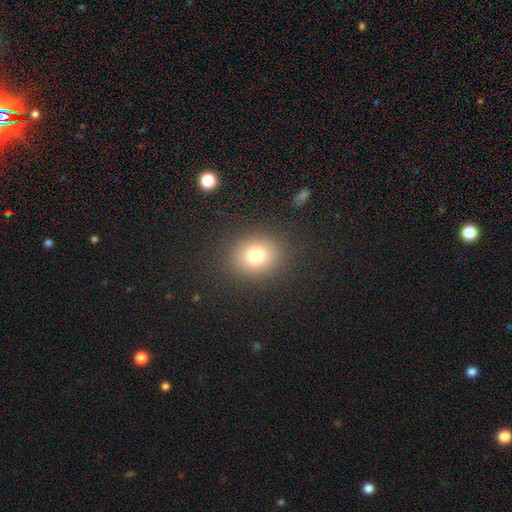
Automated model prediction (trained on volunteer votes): This is likely a smooth galaxy (76%). How rounded: likely round (70%). Merging: clearly none (87%).